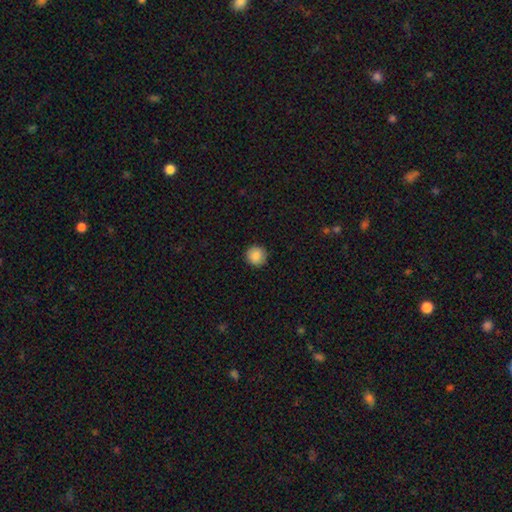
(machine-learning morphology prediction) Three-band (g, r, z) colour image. It shows a smooth galaxy with no disk features (88%) that is round (95%). Merging: none (92%).